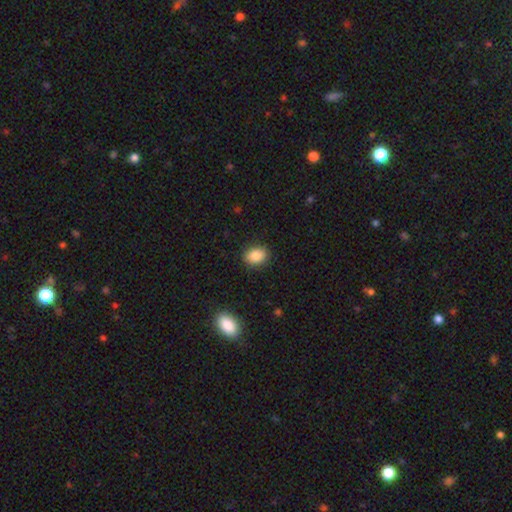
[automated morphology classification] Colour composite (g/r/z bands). It shows a smooth galaxy with no disk features (85%) that is in between round and cigar-shaped (62%). Merging: none (89%).